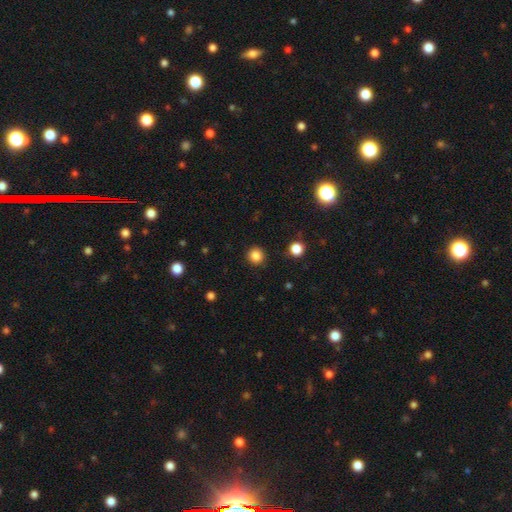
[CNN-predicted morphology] The model was most divided on "smooth or featured": smooth: 85%, star or artifact: 12%, featured or disk: 3%. More confident: how rounded — round (93%); merging — none (91%).